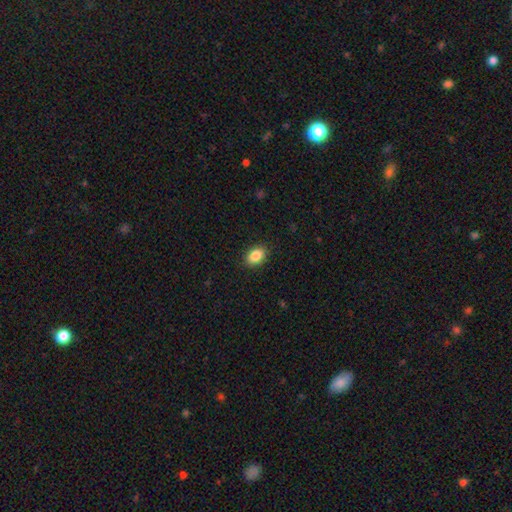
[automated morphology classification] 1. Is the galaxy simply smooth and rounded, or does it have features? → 87% smooth, 8% star or artifact, 5% featured or disk.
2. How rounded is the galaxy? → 83% in between, 15% round, 1% cigar-shaped.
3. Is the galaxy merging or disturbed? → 89% none, 8% minor disturbance, 2% major disturbance, 1% merger.